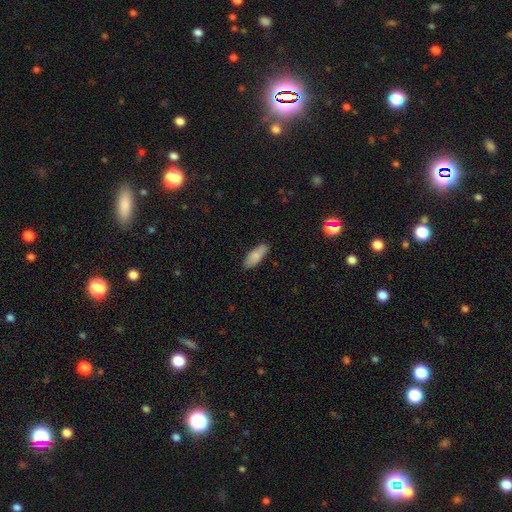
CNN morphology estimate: smooth_or_featured: smooth (p=0.83) [alt: featured or disk p=0.10]
how_rounded: in between (p=0.73) [alt: cigar-shaped p=0.25]
merging: none (p=0.82) [alt: minor disturbance p=0.15]